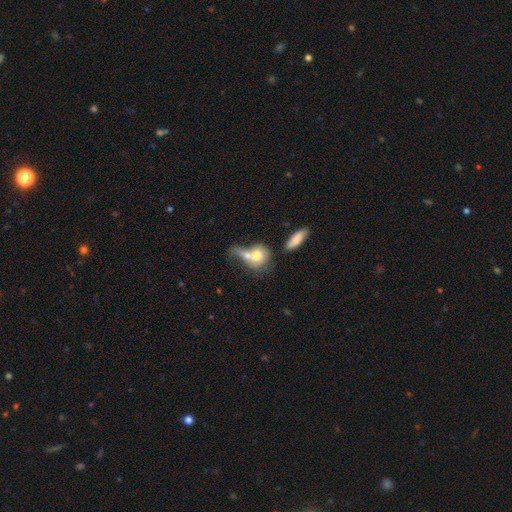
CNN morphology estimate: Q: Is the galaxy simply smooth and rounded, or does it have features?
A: smooth — 68%.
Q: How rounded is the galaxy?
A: round — 48%.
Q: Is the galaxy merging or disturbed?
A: merger — 61%.